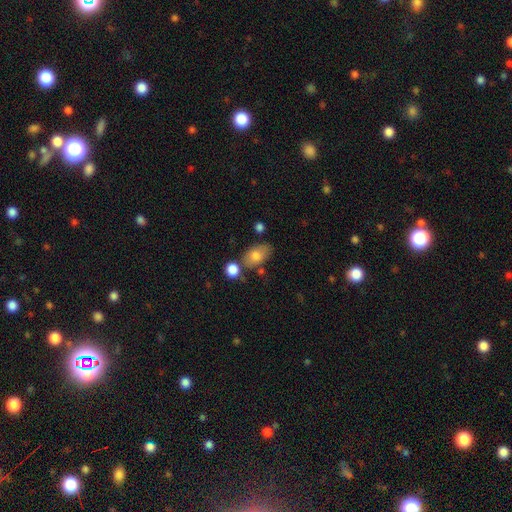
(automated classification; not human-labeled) Q: Smooth or featured?
A: smooth (78%); runner-up: featured or disk (15%)
Q: How rounded?
A: in between (88%); runner-up: round (10%)
Q: Merging?
A: none (63%); runner-up: minor disturbance (19%)